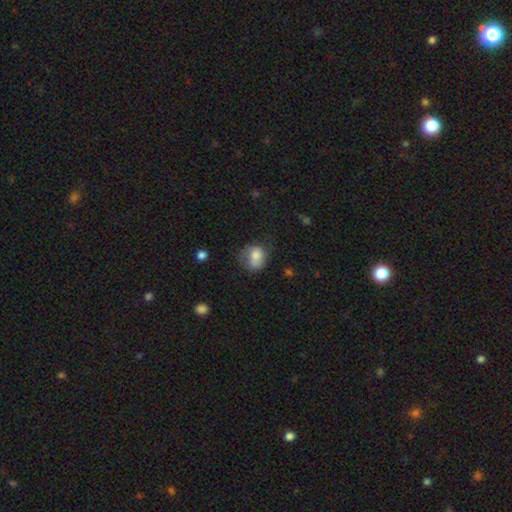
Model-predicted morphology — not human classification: A smooth galaxy with no disk features (70%) that is in between round and cigar-shaped (50%). Merging: none (45%).